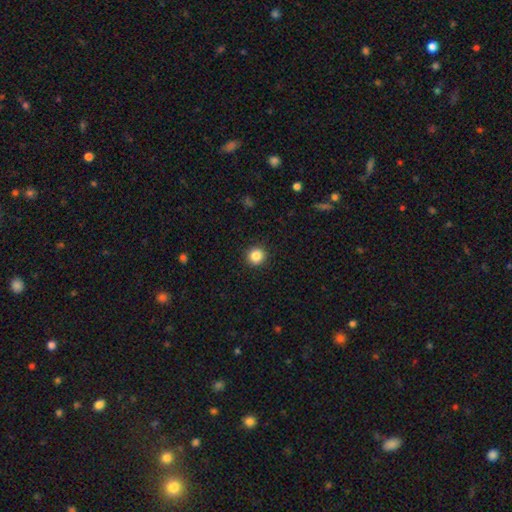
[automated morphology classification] The model was most divided on "smooth or featured": smooth: 85%, star or artifact: 10%, featured or disk: 5%. More confident: how rounded — round (92%); merging — none (92%).